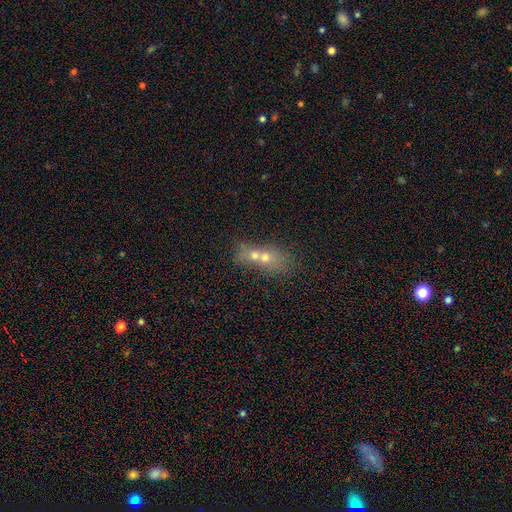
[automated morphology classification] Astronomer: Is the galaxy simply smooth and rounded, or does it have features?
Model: smooth — 55%.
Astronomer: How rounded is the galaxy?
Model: in between — 50% (runner-up: round, 43%).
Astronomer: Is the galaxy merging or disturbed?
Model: merger — 67%.